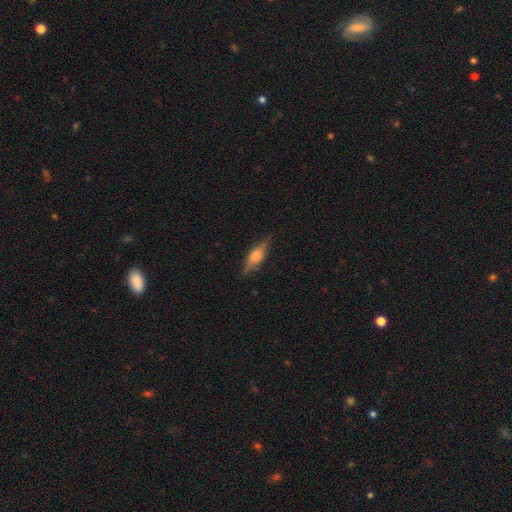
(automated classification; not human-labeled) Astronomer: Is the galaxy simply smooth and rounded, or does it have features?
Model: featured or disk — 64%.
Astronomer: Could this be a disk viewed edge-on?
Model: yes — 94%.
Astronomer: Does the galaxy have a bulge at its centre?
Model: rounded — 85%.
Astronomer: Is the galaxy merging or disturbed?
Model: none — 83%.